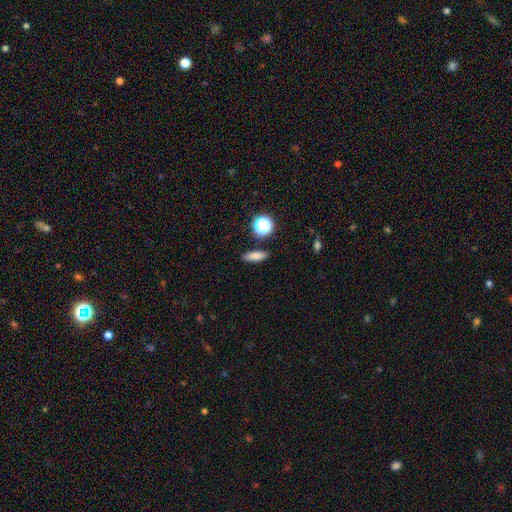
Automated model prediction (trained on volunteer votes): Smooth or featured? smooth (79%)
How rounded? in between (50%)
Merging? none (87%)